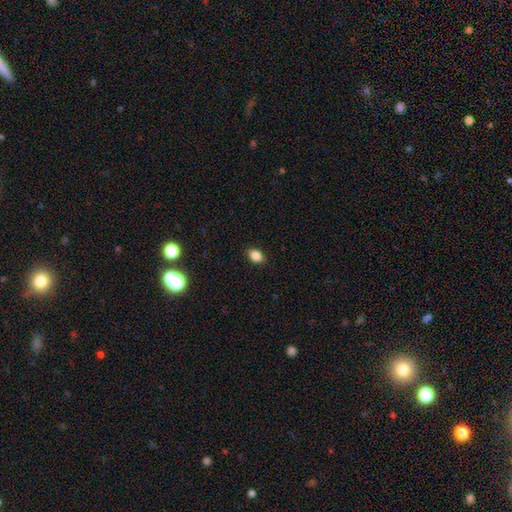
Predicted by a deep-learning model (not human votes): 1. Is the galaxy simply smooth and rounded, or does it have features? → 85% smooth, 10% star or artifact, 5% featured or disk.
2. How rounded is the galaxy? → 81% in between, 17% round, 2% cigar-shaped.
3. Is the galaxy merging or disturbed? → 87% none, 10% minor disturbance, 2% major disturbance, 1% merger.